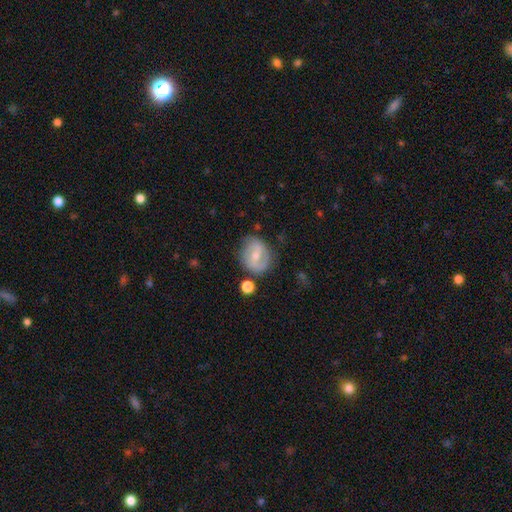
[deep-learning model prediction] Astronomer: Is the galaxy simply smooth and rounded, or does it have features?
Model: featured or disk — 61%.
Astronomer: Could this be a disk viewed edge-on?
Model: no — 96%.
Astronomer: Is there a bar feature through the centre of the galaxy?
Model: weak — 49% (runner-up: strong, 29%).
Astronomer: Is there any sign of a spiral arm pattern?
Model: yes — 73%.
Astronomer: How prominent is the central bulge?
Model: moderate — 51% (runner-up: small, 43%).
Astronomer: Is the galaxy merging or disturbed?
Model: none — 69%.